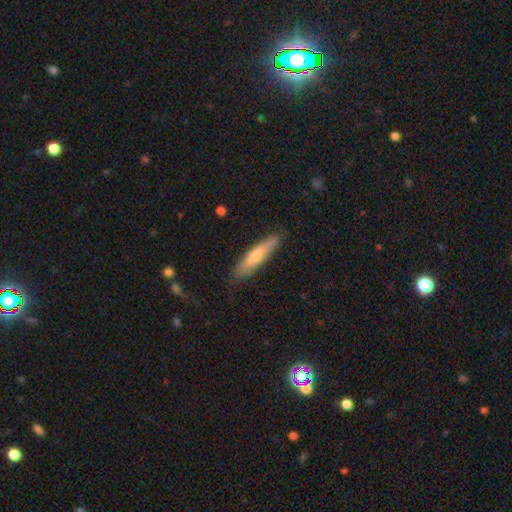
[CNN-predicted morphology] Smooth or featured? Predicted: smooth (p=0.61). How rounded? Predicted: cigar-shaped (p=0.84). Merging? Predicted: none (p=0.84).